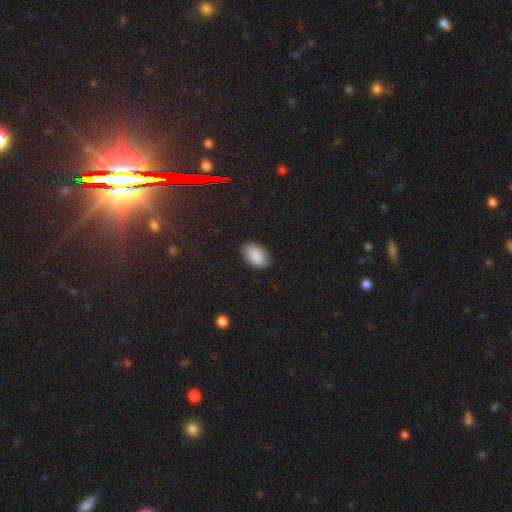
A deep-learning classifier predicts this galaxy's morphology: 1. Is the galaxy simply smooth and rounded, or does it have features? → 89% smooth, 7% star or artifact, 5% featured or disk.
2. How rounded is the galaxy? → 94% in between, 5% round, 1% cigar-shaped.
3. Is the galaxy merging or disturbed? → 87% none, 10% minor disturbance, 2% major disturbance, 1% merger.